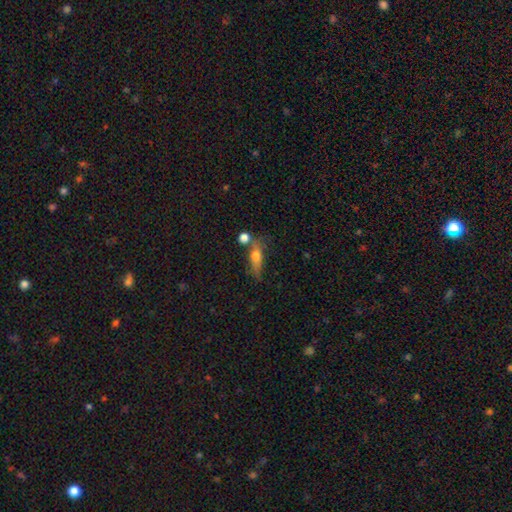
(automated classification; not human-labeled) Smooth or featured: smooth — 59% (featured or disk — 31%)
How rounded: cigar-shaped — 46% (tied with in between — 46%)
Merging: none — 52% (merger — 19%)